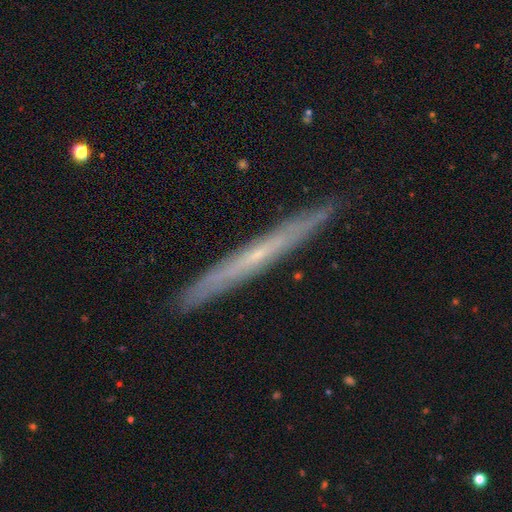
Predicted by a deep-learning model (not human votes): Q: Smooth or featured?
A: featured or disk (65%); runner-up: smooth (27%)
Q: Edge-on disk?
A: yes (95%); runner-up: no (5%)
Q: Edge-on bulge?
A: none (69%); runner-up: rounded (28%)
Q: Merging?
A: none (90%); runner-up: minor disturbance (7%)